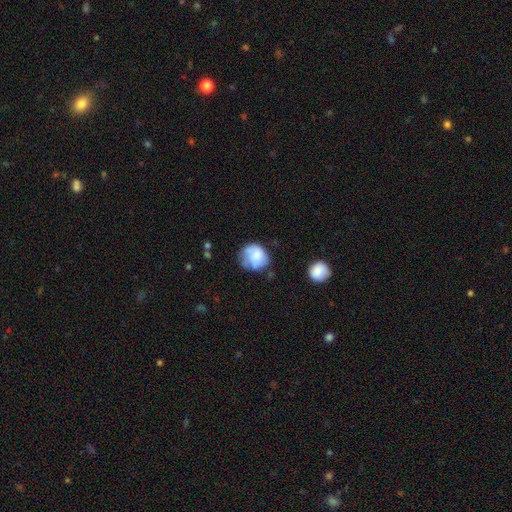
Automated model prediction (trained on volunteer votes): Smooth or featured? smooth (69%)
How rounded? round (74%)
Merging? none (49%)